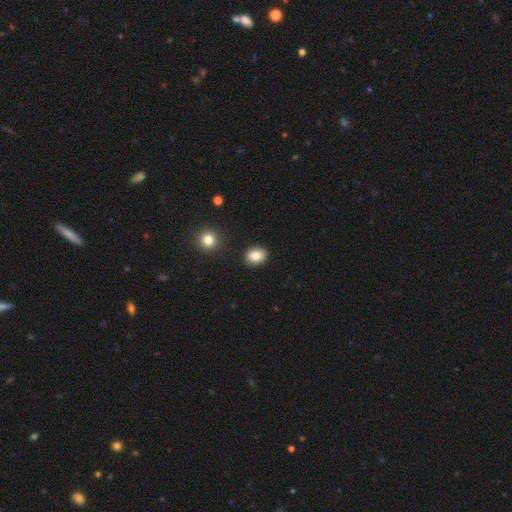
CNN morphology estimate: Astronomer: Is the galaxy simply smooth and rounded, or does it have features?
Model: smooth — 83%.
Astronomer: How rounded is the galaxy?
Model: in between — 54% (runner-up: round, 45%).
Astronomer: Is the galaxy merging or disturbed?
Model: none — 89%.